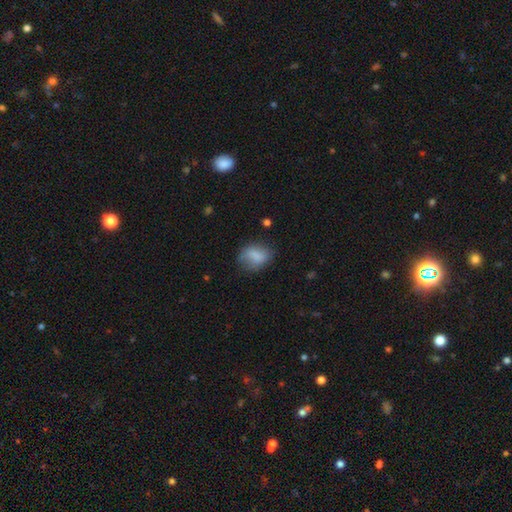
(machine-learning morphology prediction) type=smooth (79%); roundness=in between (65%); merging=none (58%).